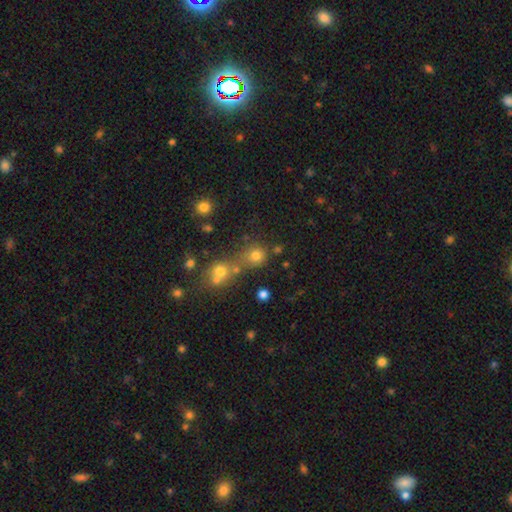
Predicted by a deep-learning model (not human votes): Smooth or featured: smooth — 73% (star or artifact — 18%)
How rounded: round — 85% (in between — 14%)
Merging: none — 54% (merger — 32%)